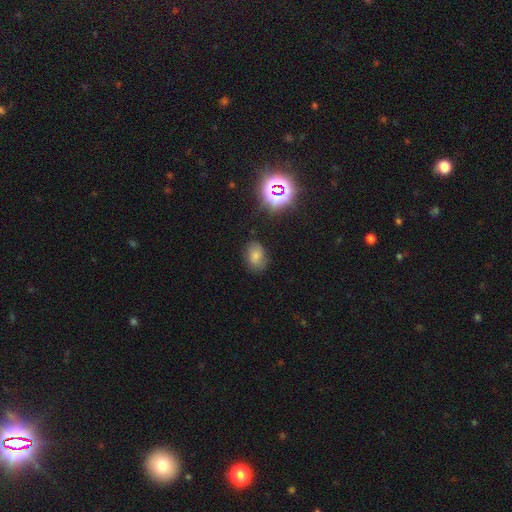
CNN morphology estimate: This appears to be a smooth galaxy with no disk features (70%) that is in between round and cigar-shaped (74%). Merging: none (74%).